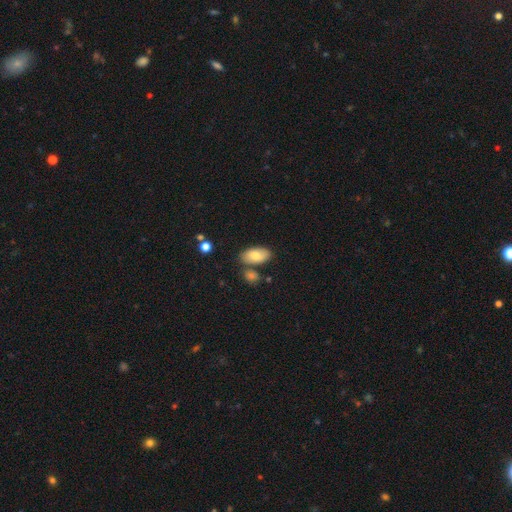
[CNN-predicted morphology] A smooth galaxy with no disk features (78%) that is in between round and cigar-shaped (94%). Merging: none (73%).